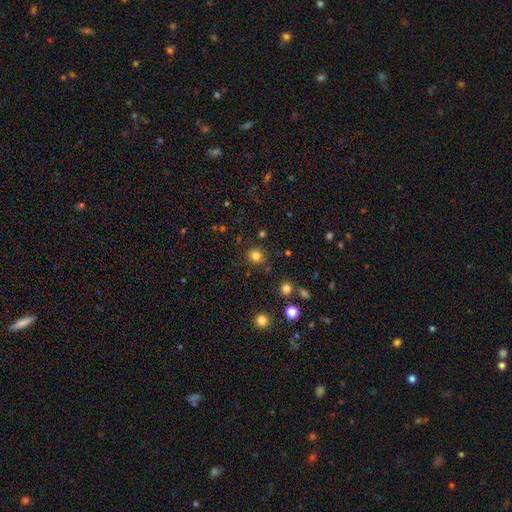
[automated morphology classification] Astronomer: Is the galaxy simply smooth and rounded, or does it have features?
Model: smooth — 81%.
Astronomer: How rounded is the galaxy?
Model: round — 91%.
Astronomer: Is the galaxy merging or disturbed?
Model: none — 86%.